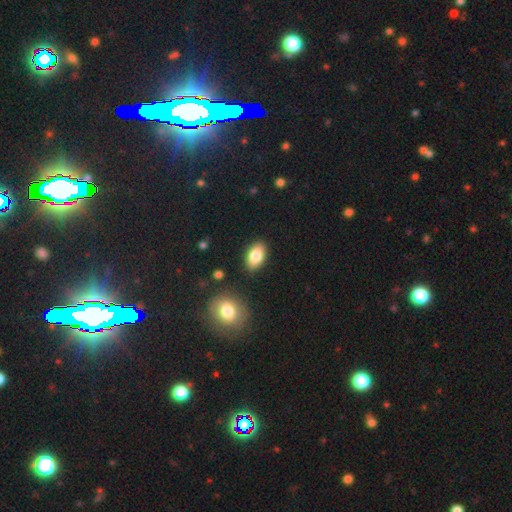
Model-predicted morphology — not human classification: Overall: smooth (83%). How rounded: in between (92%). Merging: none (87%).